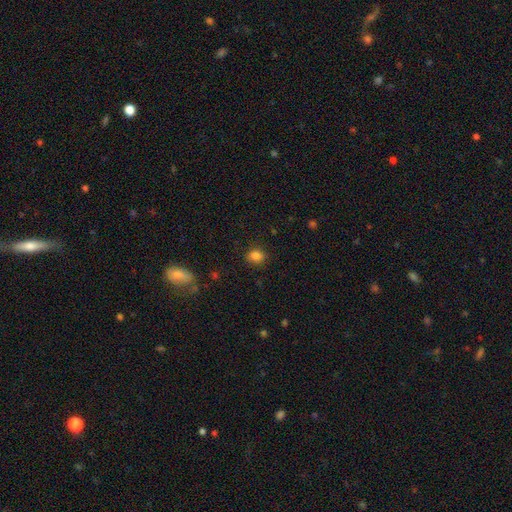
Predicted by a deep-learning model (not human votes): smooth 84%, star or artifact 12%, featured or disk 5%. Down the decision tree: how rounded — round (53%); merging — none (83%).